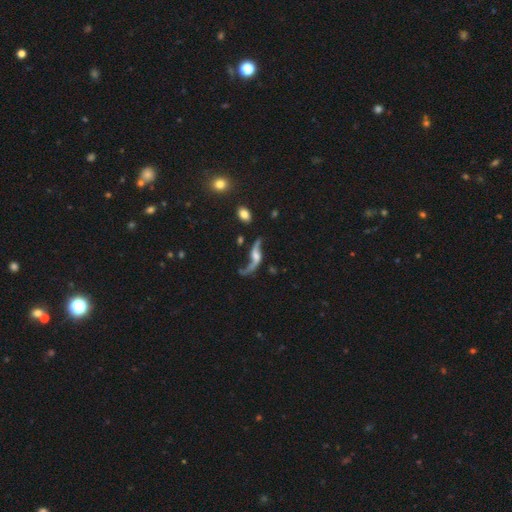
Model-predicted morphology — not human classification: A featured or disk galaxy (82%) with no bar (55%), 2 (87%) loose (95%) spiral arms (91%) and a small central bulge (35%).

Vote fractions:
- Smooth or featured? featured or disk: 82% / smooth: 10% / star or artifact: 8%
- Edge-on disk? no: 87% / yes: 13%
- Bar? no: 55% / weak: 33% / strong: 12%
- Spiral arms? yes: 91% / no: 9%
- Spiral winding? loose: 95% / medium: 4% / tight: 2%
- Spiral arm count? 2: 87% / 1: 8% / can't tell: 2% / 3: 1% / 4: 1% / more than 4: 1%
- Bulge size? small: 35% / moderate: 34% / none: 18% / large: 10% / dominant: 3%
- Merging? none: 49% / major disturbance: 24% / minor disturbance: 18% / merger: 9%